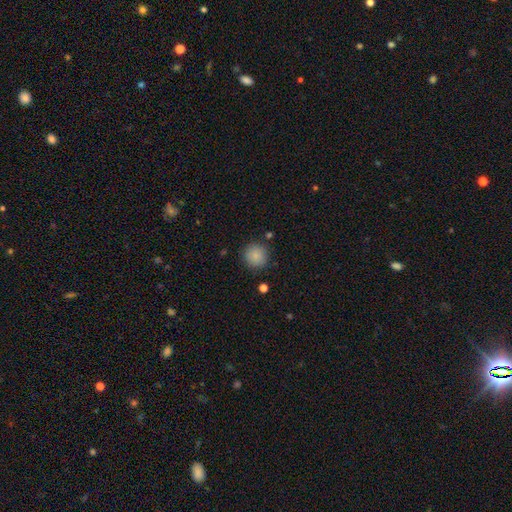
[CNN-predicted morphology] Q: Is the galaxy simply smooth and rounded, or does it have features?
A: smooth — 86%.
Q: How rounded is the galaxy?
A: round — 94%.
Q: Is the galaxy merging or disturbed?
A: none — 87%.